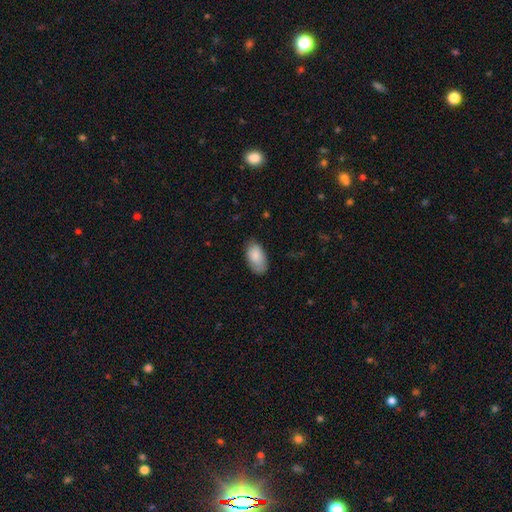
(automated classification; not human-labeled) Smooth or featured?
  - smooth: 87% *
  - featured or disk: 7%
  - star or artifact: 6%
How rounded?
  - in between: 95% *
  - round: 3%
  - cigar-shaped: 2%
Merging?
  - none: 77% *
  - minor disturbance: 18%
  - major disturbance: 3%
  - merger: 1%